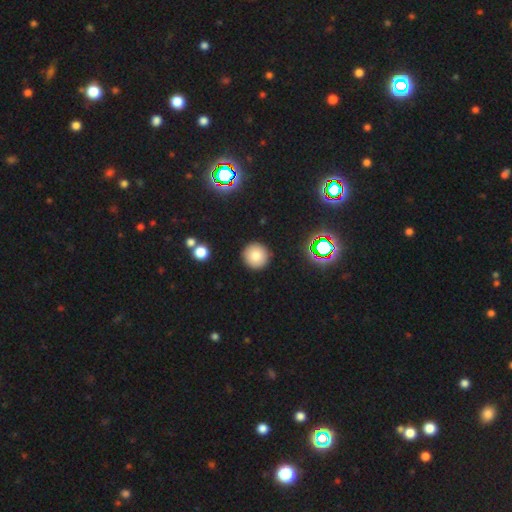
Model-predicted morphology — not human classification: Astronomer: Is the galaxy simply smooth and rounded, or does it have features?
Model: smooth — 79%.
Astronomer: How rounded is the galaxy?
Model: round — 95%.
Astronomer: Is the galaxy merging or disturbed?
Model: none — 91%.